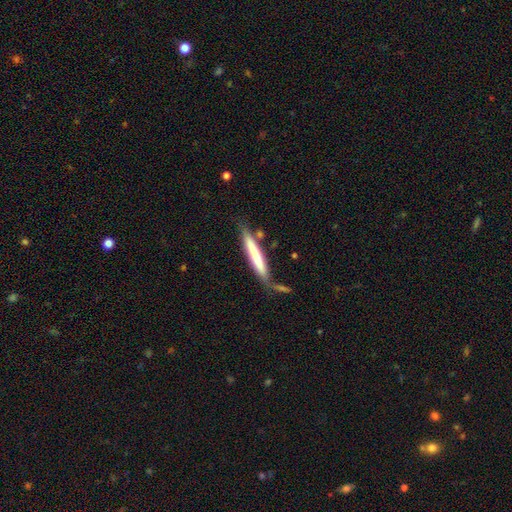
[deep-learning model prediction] smooth_or_featured: smooth (p=0.63) [alt: featured or disk p=0.32]
how_rounded: cigar-shaped (p=0.93) [alt: in between p=0.05]
merging: none (p=0.59) [alt: minor disturbance p=0.21]